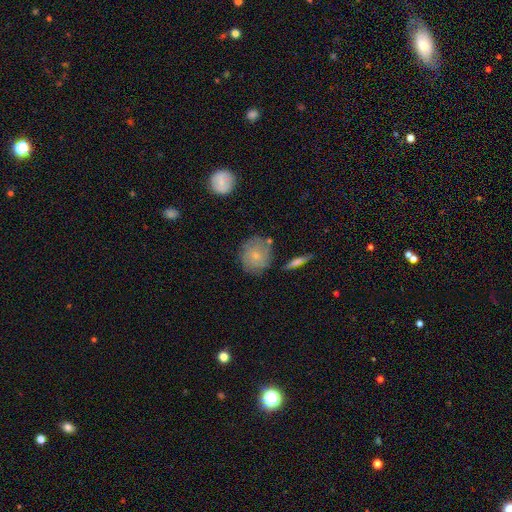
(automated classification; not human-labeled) Smooth or featured? Predicted: smooth (p=0.64). How rounded? Predicted: round (p=0.84). Merging? Predicted: none (p=0.73).